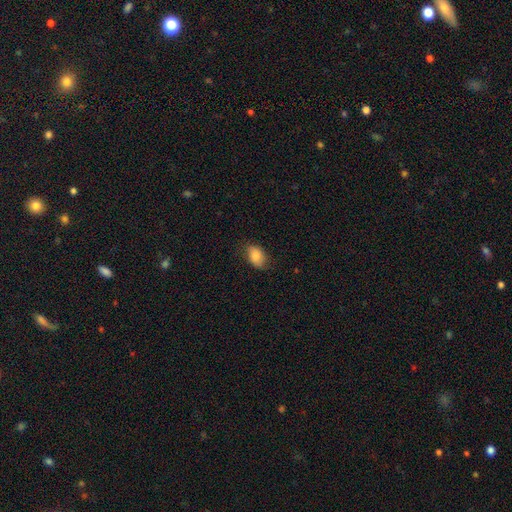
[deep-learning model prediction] The model was most divided on "merging": none: 76%, minor disturbance: 19%, major disturbance: 4%, merger: 1%. More confident: how rounded — in between (86%); smooth or featured — smooth (84%).